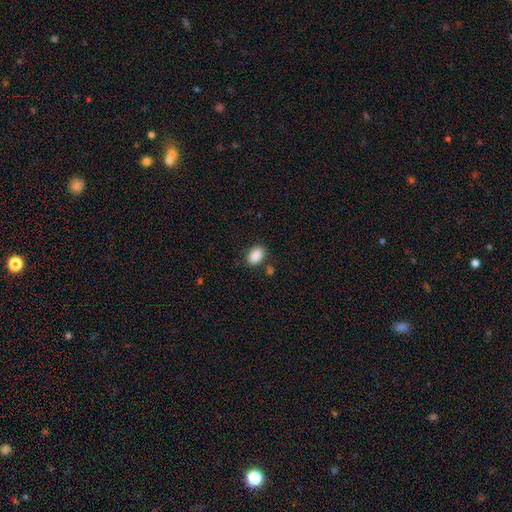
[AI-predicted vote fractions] Smooth or featured: smooth — 89% (star or artifact — 8%)
How rounded: in between — 88% (round — 11%)
Merging: none — 80% (minor disturbance — 12%)